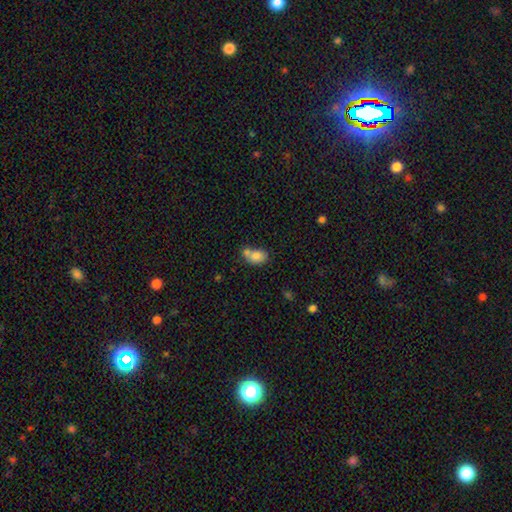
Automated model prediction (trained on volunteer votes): Smooth or featured? Predicted: smooth (p=0.79). How rounded? Predicted: in between (p=0.75). Merging? Predicted: merger (p=0.49).